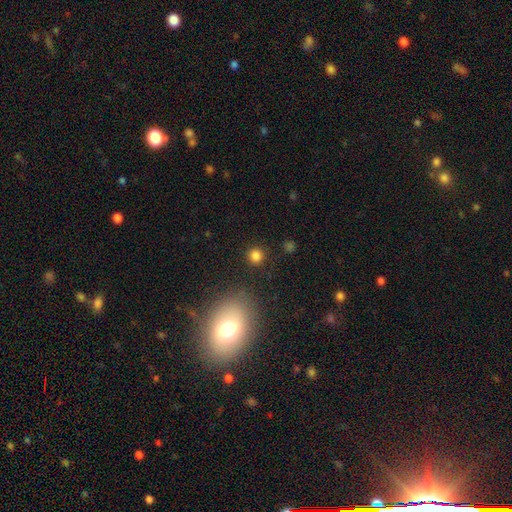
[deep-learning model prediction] smooth_or_featured: smooth (p=0.82) [alt: star or artifact p=0.14]
how_rounded: round (p=0.92) [alt: in between p=0.07]
merging: none (p=0.89) [alt: minor disturbance p=0.06]